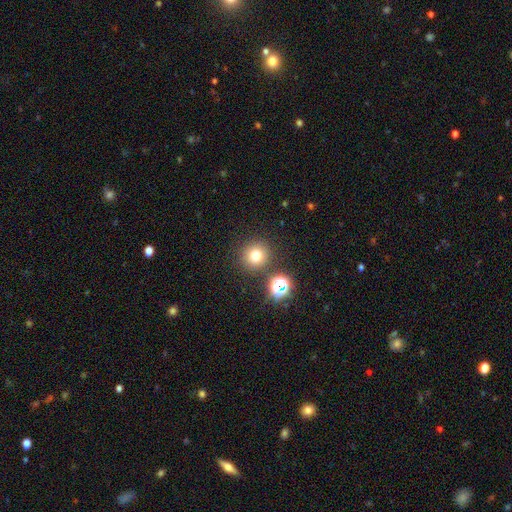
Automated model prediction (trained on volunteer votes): Smooth or featured? Predicted: smooth (p=0.73). How rounded? Predicted: round (p=0.94). Merging? Predicted: none (p=0.85).